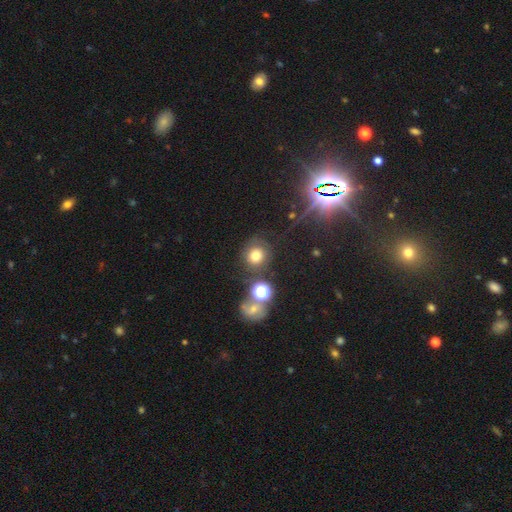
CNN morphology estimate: type=smooth (69%); roundness=round (87%); merging=none (69%).